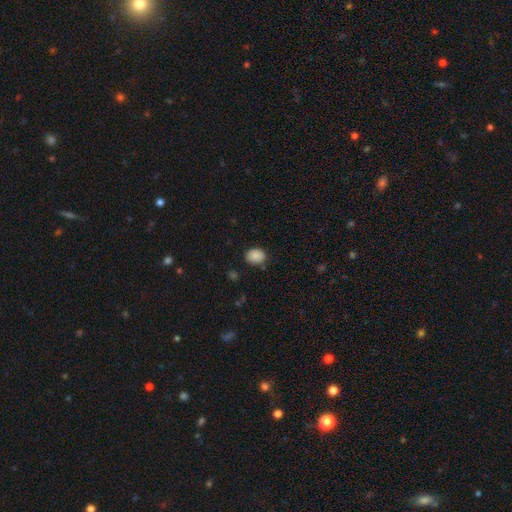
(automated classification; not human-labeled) smooth_or_featured: smooth (p=0.88) [alt: star or artifact p=0.09]
how_rounded: in between (p=0.55) [alt: round p=0.44]
merging: none (p=0.82) [alt: minor disturbance p=0.14]